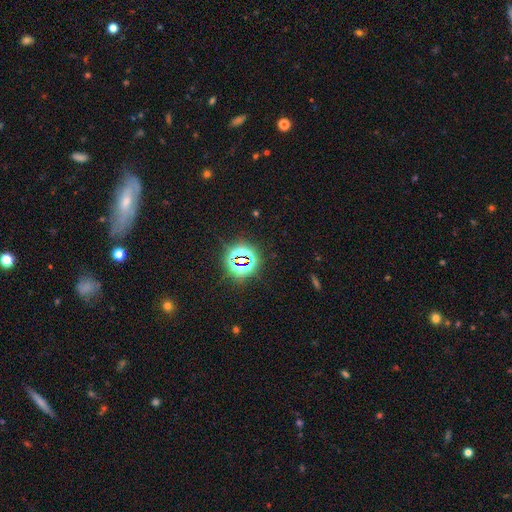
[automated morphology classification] Q: Smooth or featured?
A: star or artifact (74%); runner-up: smooth (15%)